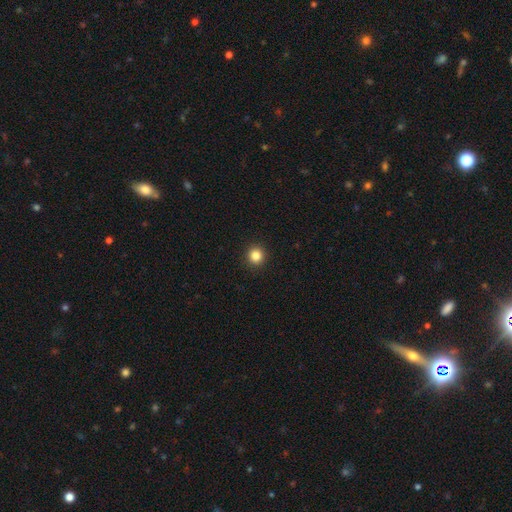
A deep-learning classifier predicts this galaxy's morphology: A smooth galaxy with no disk features (85%) that is round (95%). Merging: none (94%).